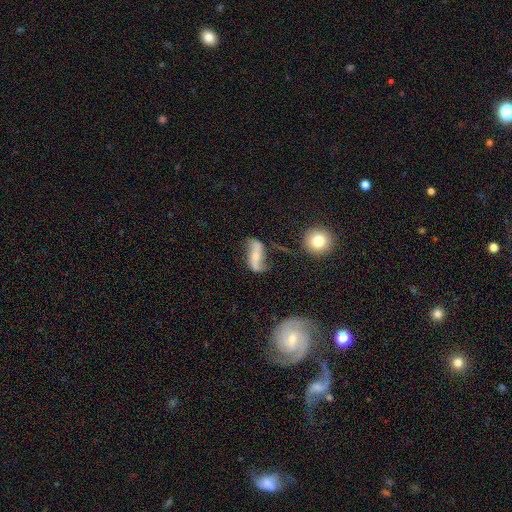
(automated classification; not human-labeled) This is likely a featured or disk galaxy (77%). It is clearly not viewed edge-on (92%). Bar: marginally strong (43%). Spiral arm pattern: clearly yes (89%). Spiral arm count: clearly 2 (92%). Spiral winding: clearly loose (84%). Central bulge: possibly small (47%). Merging: likely none (61%).